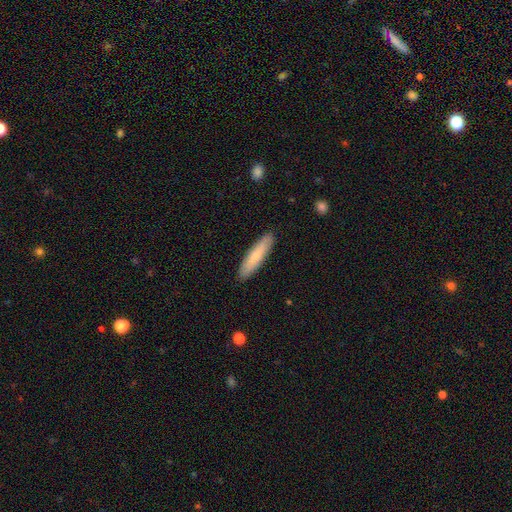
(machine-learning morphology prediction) This is likely a smooth galaxy (75%). How rounded: likely cigar-shaped (80%). Merging: clearly none (90%).